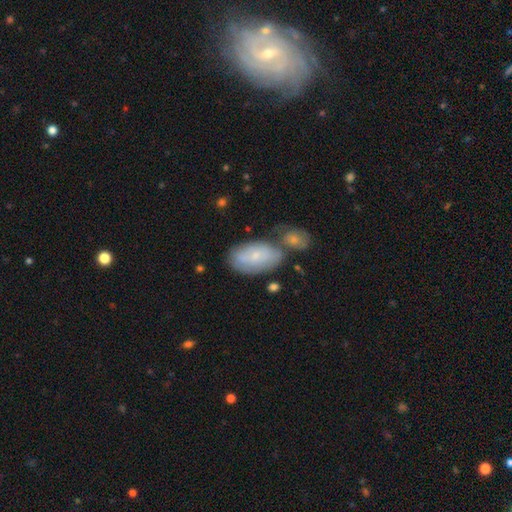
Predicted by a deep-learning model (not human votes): Overall: smooth (55%; featured or disk 37%). How rounded: in between (92%). Merging: none (45%; merger 32%).